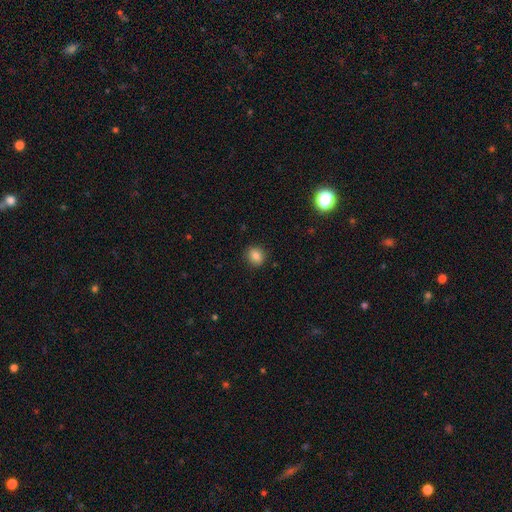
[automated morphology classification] The model was most divided on "how rounded": round: 73%, in between: 26%, cigar-shaped: 1%. More confident: merging — none (88%); smooth or featured — smooth (83%).